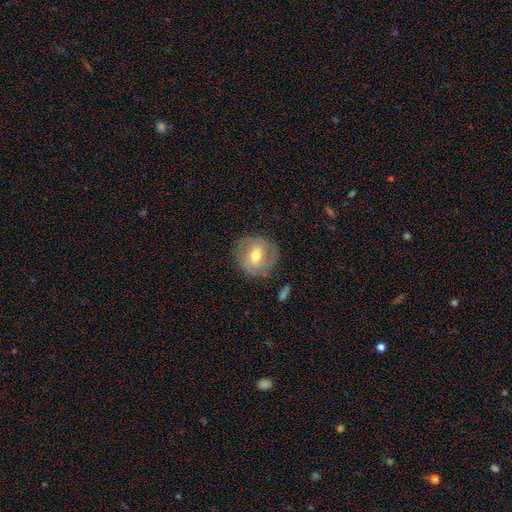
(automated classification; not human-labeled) Overall: featured or disk (56%; smooth 36%). Edge-on disk: no (96%). Bar: weak (47%; no 34%). Spiral arms: yes (74%). Bulge size: moderate (75%). Merging: none (78%).